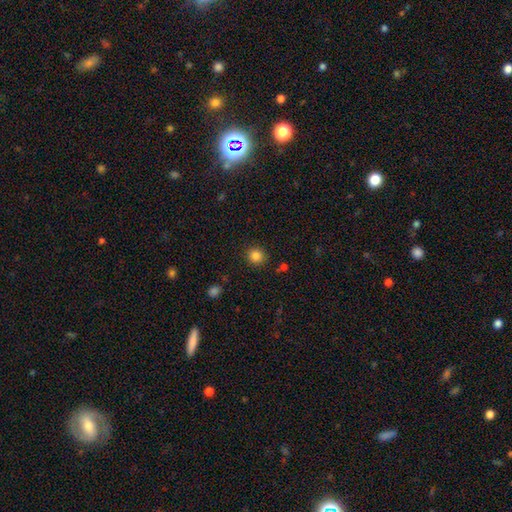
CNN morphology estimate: smooth_or_featured: smooth (p=0.84) [alt: star or artifact p=0.12]
how_rounded: round (p=0.91) [alt: in between p=0.08]
merging: none (p=0.89) [alt: minor disturbance p=0.07]